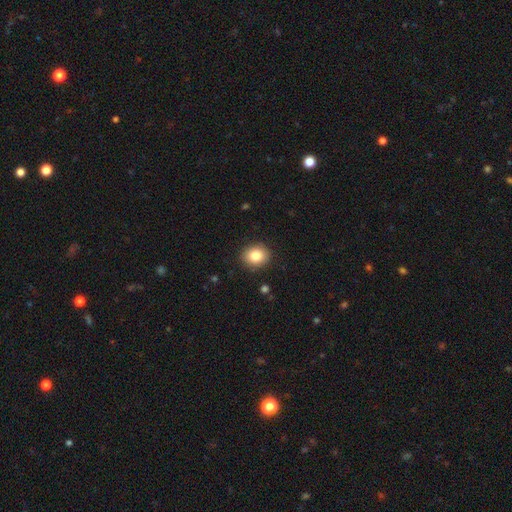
smooth 95%, featured or disk 3%, star or artifact 3%. Down the decision tree: how rounded — round (74%); merging — none (89%).